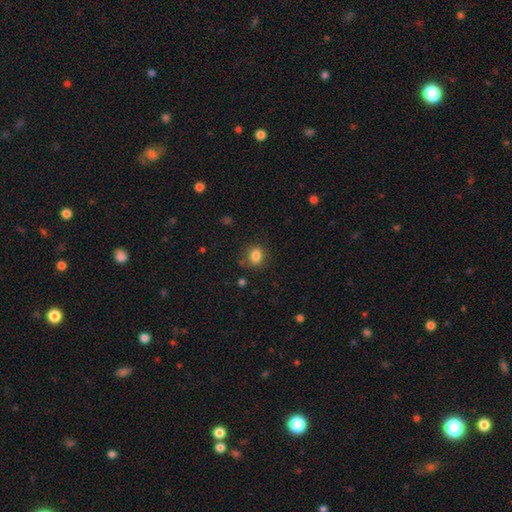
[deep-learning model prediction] Smooth or featured? smooth (84%)
How rounded? round (57%)
Merging? none (81%)